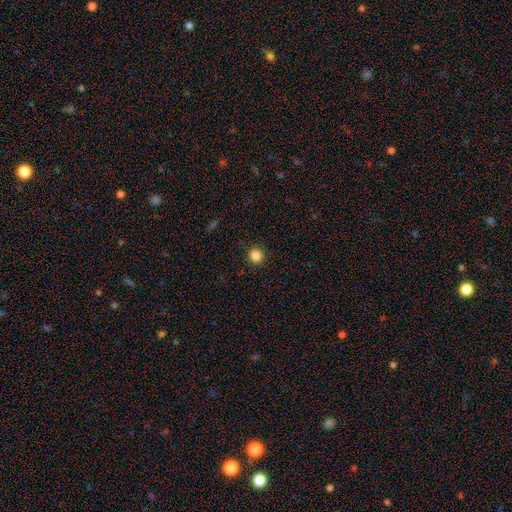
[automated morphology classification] Smooth or featured?
  - smooth: 85% *
  - star or artifact: 11%
  - featured or disk: 4%
How rounded?
  - round: 92% *
  - in between: 7%
  - cigar-shaped: 1%
Merging?
  - none: 91% *
  - minor disturbance: 6%
  - major disturbance: 2%
  - merger: 1%